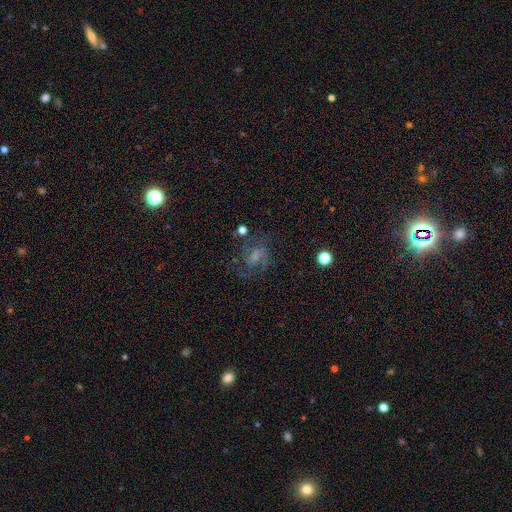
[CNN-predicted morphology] Overall: featured or disk (68%). Edge-on disk: no (97%). Bar: weak (52%; no 32%). Spiral arms: yes (88%). Spiral arm count: 2 (64%). Spiral winding: medium (52%; tight 25%). Bulge size: small (44%; moderate 28%). Merging: none (60%).